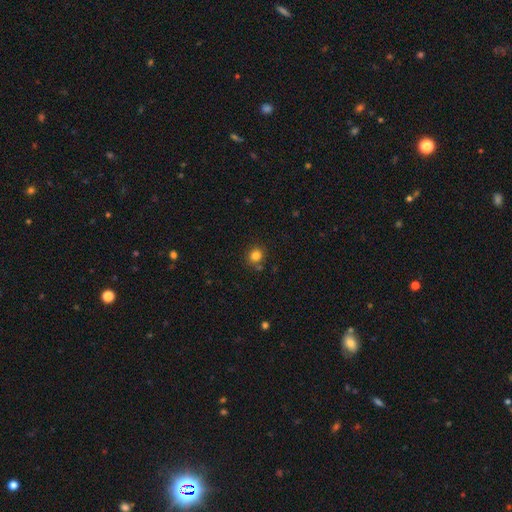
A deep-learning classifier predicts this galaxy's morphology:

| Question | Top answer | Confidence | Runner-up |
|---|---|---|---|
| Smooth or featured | smooth | 82% | star or artifact (13%) |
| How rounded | round | 82% | in between (17%) |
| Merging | none | 81% | minor disturbance (9%) |